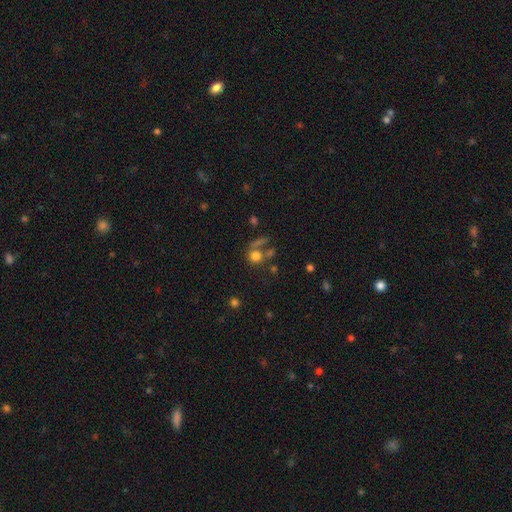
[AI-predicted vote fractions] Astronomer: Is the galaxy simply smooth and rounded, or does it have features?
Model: smooth — 73%.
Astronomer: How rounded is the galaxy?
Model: round — 83%.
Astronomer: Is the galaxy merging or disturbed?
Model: none — 46% (runner-up: merger, 30%).